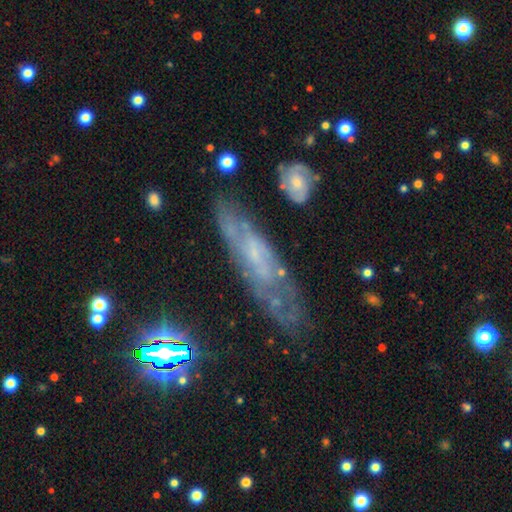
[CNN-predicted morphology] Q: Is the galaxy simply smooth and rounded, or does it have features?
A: featured or disk — 65%.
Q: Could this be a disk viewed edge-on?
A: no — 64%.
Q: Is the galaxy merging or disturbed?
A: none — 72%.